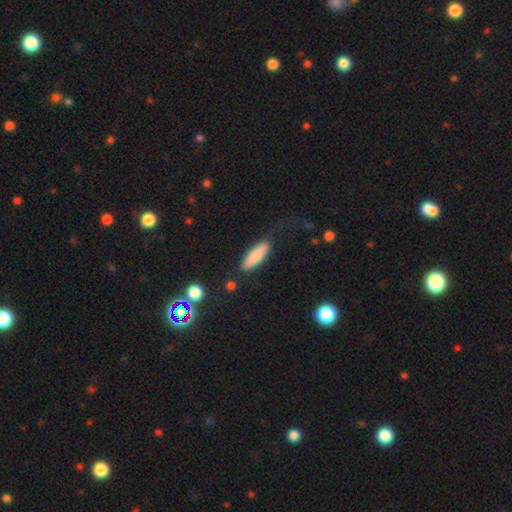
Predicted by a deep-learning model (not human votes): Overall: smooth (83%). How rounded: in between (53%; cigar-shaped 45%). Merging: none (70%).